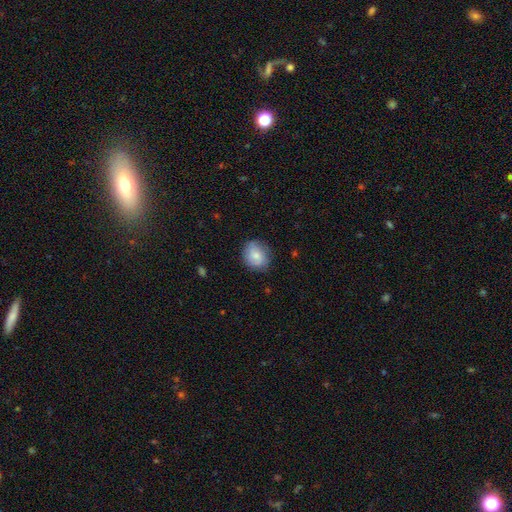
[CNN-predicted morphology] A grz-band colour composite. It shows a smooth galaxy with no disk features (73%) that is round (65%). Merging: none (78%).